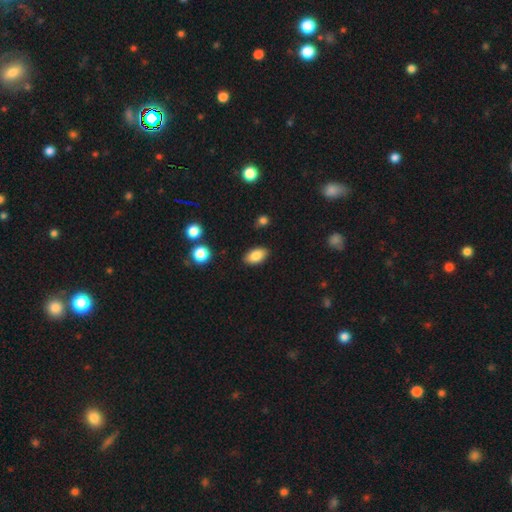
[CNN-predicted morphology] This appears to be a smooth galaxy with no disk features (84%) that is in between round and cigar-shaped (92%). Merging: none (87%).